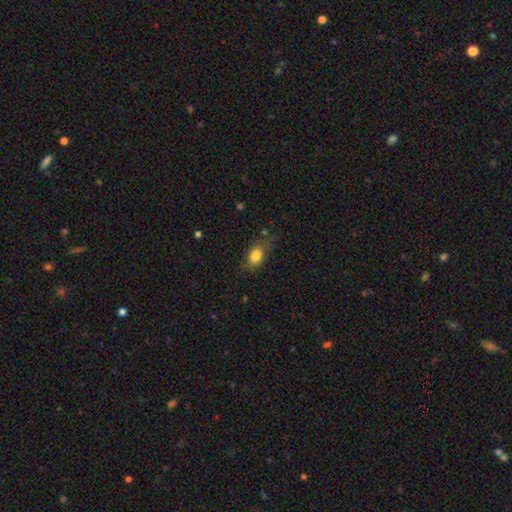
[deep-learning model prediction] This appears to be a smooth galaxy with no disk features (81%) that is in between round and cigar-shaped (77%). Merging: none (66%).